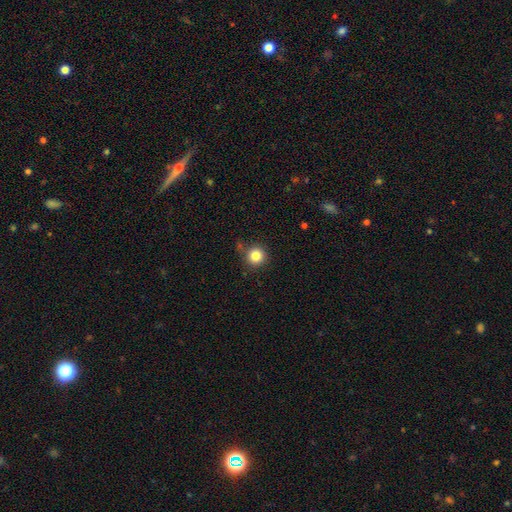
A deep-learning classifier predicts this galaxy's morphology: Overall: smooth (83%). How rounded: round (95%). Merging: none (81%).